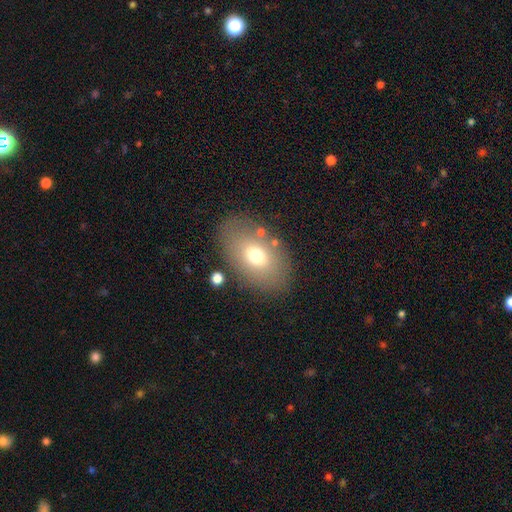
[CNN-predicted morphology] smooth-or-featured: smooth: 69% | featured or disk: 21% | star or artifact: 10%
  how-rounded: in between: 85% | round: 14% | cigar-shaped: 1%
  merging: none: 80% | minor disturbance: 12% | major disturbance: 5% | merger: 4%